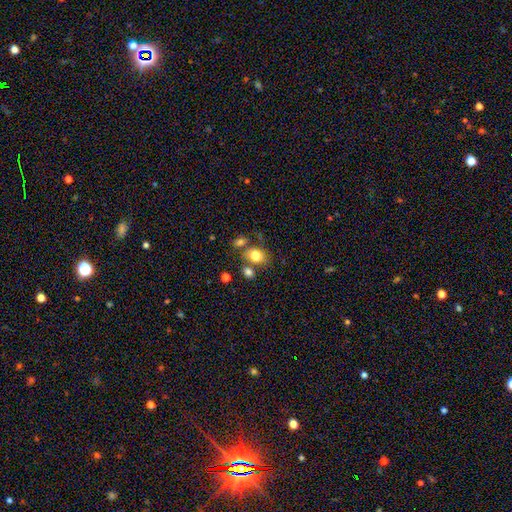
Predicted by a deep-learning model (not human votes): Overall: smooth (79%). How rounded: round (50%; in between 49%). Merging: none (59%; merger 21%).